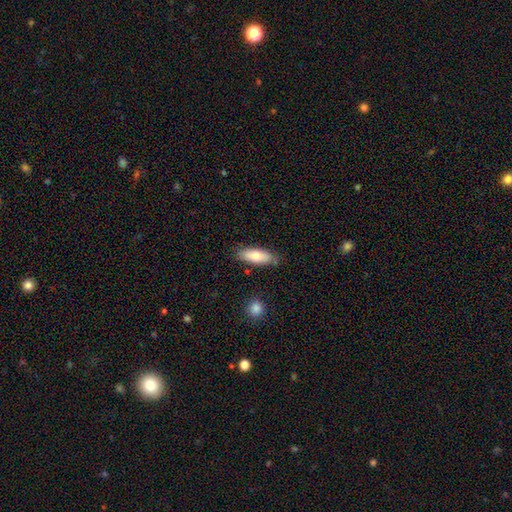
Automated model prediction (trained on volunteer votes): Morphology: type=smooth (74%); roundness=in between (68%); merging=none (82%).